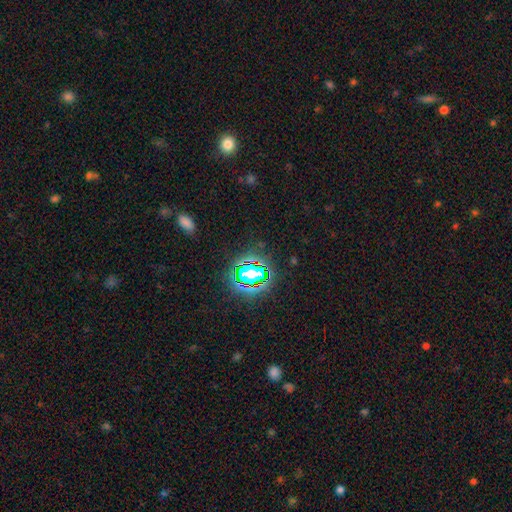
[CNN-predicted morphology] Smooth or featured? star or artifact (78%)